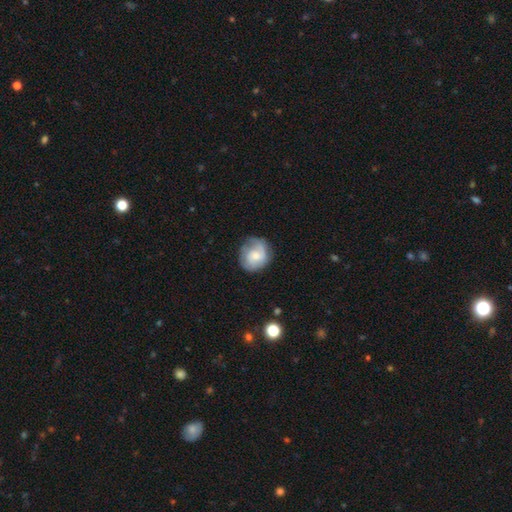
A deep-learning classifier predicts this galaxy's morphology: Overall: smooth (47%; featured or disk 46%). Merging: none (66%).